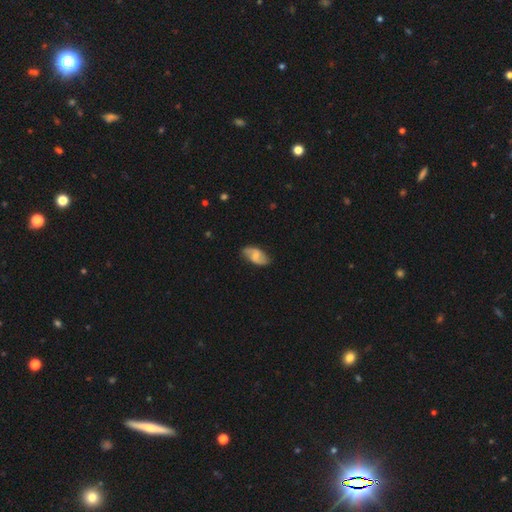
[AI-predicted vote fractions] Smooth or featured? Predicted: featured or disk (p=0.55). Edge-on disk? Predicted: no (p=0.95). Bar? Predicted: weak (p=0.48). Spiral arms? Predicted: yes (p=0.89). Bulge size? Predicted: small (p=0.42). Merging? Predicted: none (p=0.78).